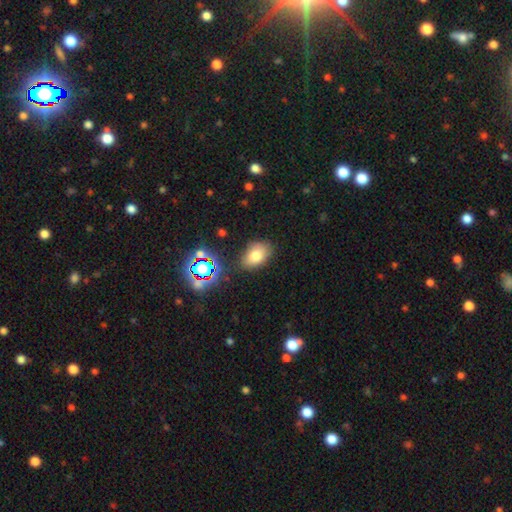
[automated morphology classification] type=smooth (75%); roundness=in between (83%); merging=none (80%).